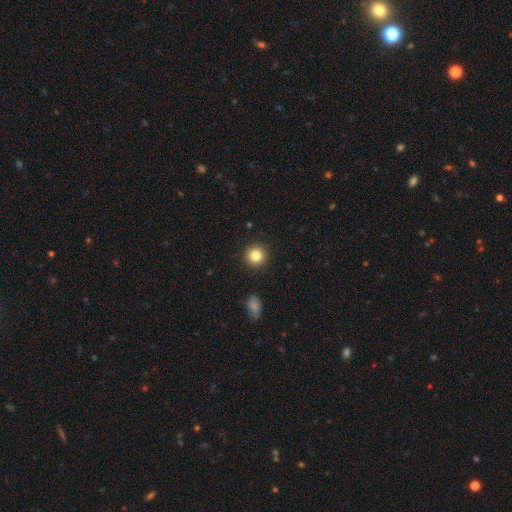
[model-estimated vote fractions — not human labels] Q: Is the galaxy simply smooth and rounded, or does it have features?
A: smooth — 84%.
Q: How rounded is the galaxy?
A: round — 94%.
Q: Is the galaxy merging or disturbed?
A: none — 92%.